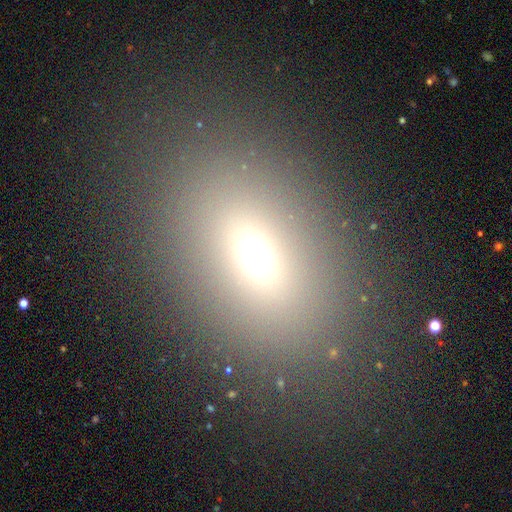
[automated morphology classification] A smooth galaxy with no disk features (65%) that is in between round and cigar-shaped (73%).

Vote fractions:
- Smooth or featured? smooth: 65% / star or artifact: 21% / featured or disk: 14%
- How rounded? in between: 73% / round: 24% / cigar-shaped: 3%
- Merging? none: 82% / minor disturbance: 9% / major disturbance: 7% / merger: 2%